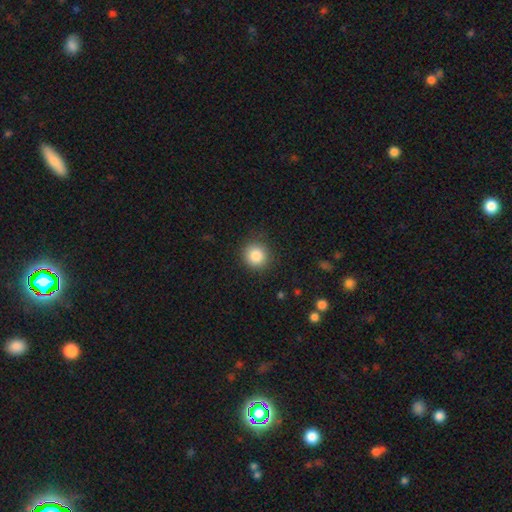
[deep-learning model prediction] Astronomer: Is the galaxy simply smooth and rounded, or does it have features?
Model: smooth — 85%.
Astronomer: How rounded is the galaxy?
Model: round — 91%.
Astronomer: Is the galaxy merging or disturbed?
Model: none — 88%.